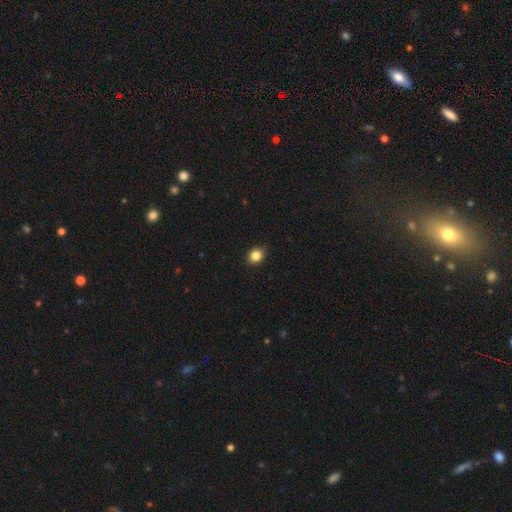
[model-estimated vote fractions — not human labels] Smooth or featured? smooth (85%)
How rounded? round (62%)
Merging? none (91%)